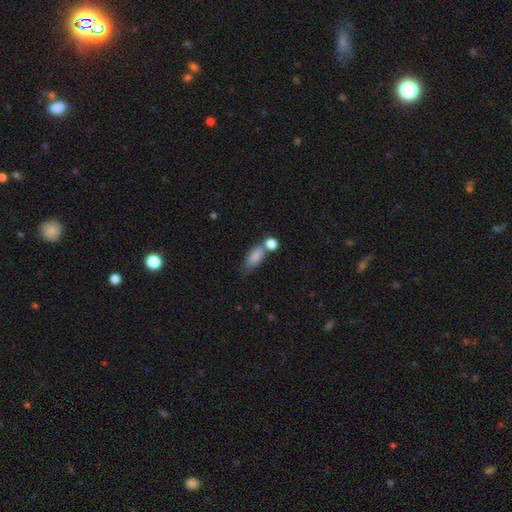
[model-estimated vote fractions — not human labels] This is clearly a smooth galaxy (83%). How rounded: likely in between (75%). Merging: marginally none (45%).